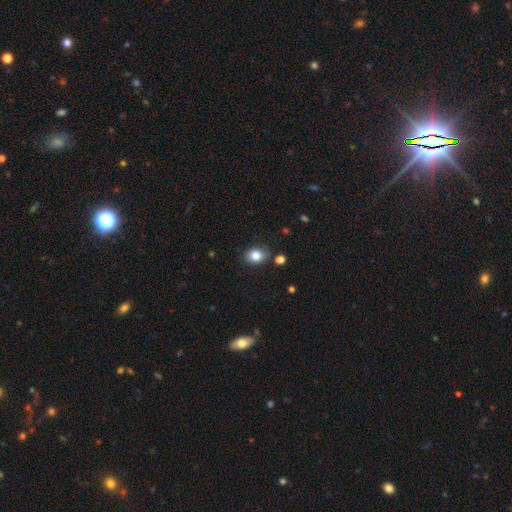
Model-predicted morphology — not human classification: This appears to be a smooth galaxy with no disk features (84%) that is in between round and cigar-shaped (58%). Merging: none (80%).